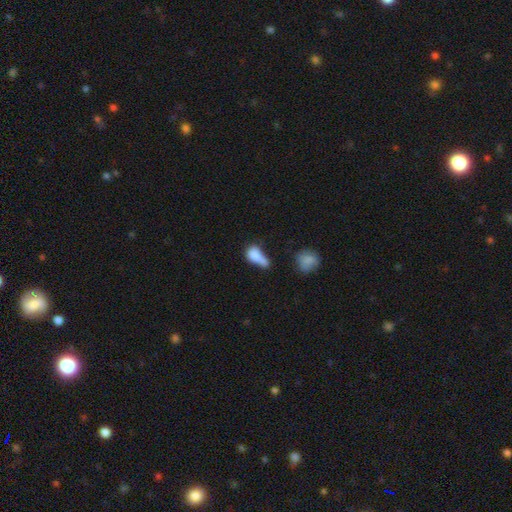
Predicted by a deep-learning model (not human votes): This is likely a smooth galaxy (74%). How rounded: likely in between (68%). Merging: marginally merger (43%).